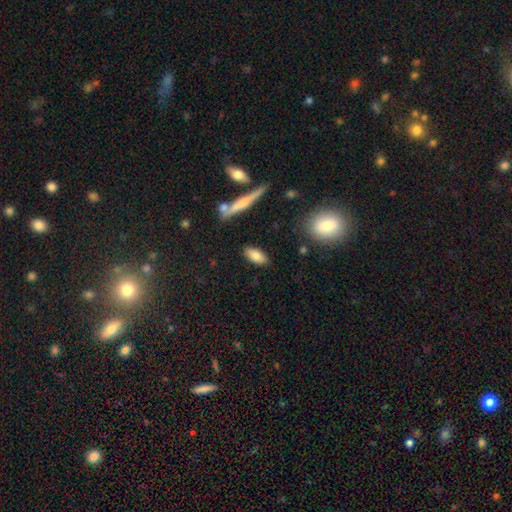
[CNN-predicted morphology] A smooth galaxy with no disk features (83%) that is in between round and cigar-shaped (85%).

Vote fractions:
- Smooth or featured? smooth: 83% / featured or disk: 10% / star or artifact: 7%
- How rounded? in between: 85% / cigar-shaped: 13% / round: 3%
- Merging? none: 85% / minor disturbance: 10% / major disturbance: 2% / merger: 2%